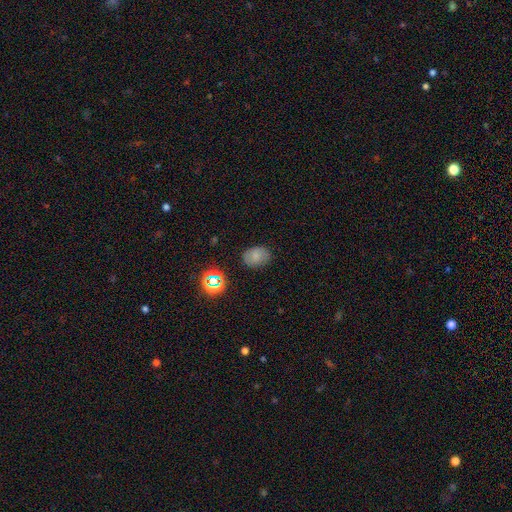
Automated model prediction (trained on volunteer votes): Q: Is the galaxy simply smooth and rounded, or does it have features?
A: smooth — 76%.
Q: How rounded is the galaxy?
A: in between — 64%.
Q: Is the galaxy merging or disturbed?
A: none — 83%.